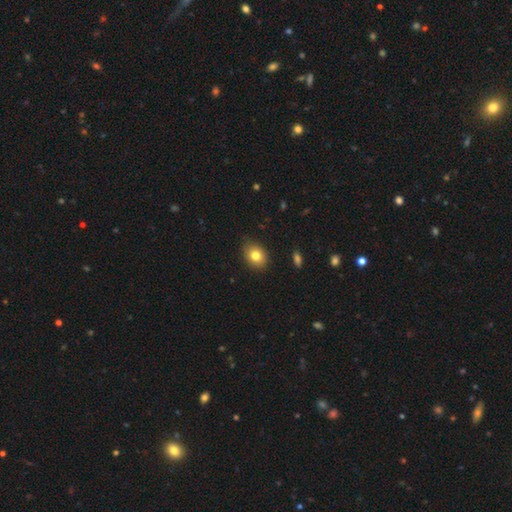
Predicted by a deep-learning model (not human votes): This is likely a smooth galaxy (79%). How rounded: possibly in between (53%). Merging: clearly none (84%).